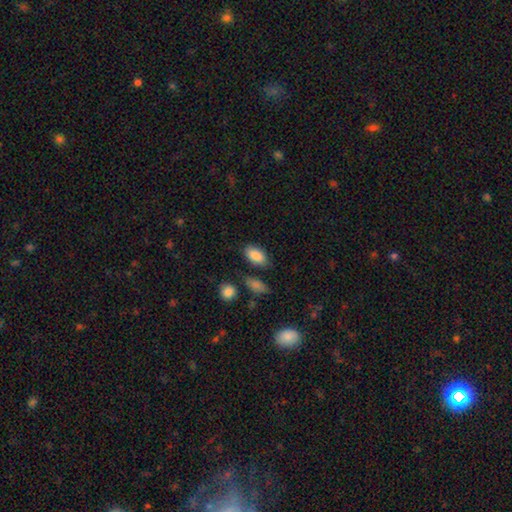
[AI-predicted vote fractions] Smooth or featured?
  - smooth: 86% *
  - star or artifact: 7%
  - featured or disk: 6%
How rounded?
  - in between: 93% *
  - round: 4%
  - cigar-shaped: 3%
Merging?
  - none: 74% *
  - minor disturbance: 17%
  - merger: 5%
  - major disturbance: 4%